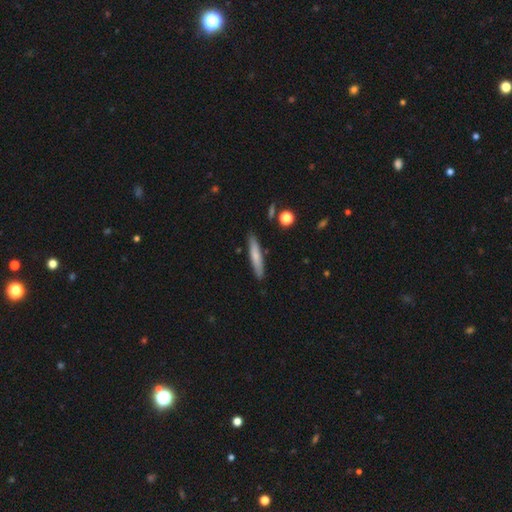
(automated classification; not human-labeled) Q: Smooth or featured?
A: smooth (72%); runner-up: featured or disk (22%)
Q: How rounded?
A: cigar-shaped (91%); runner-up: in between (8%)
Q: Merging?
A: none (87%); runner-up: minor disturbance (9%)